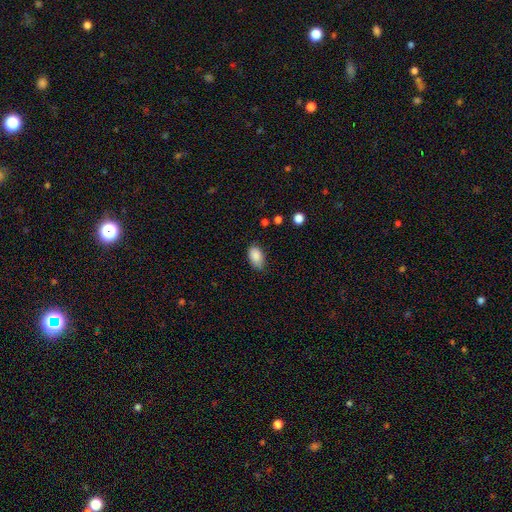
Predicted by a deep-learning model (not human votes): Smooth or featured? Predicted: smooth (p=0.88). How rounded? Predicted: in between (p=0.90). Merging? Predicted: none (p=0.70).